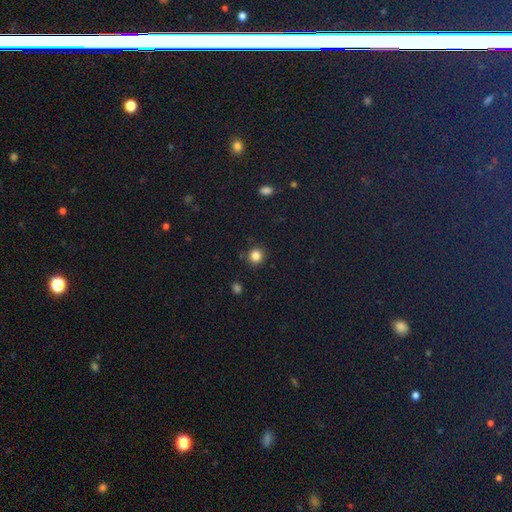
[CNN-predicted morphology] smooth-or-featured: smooth: 84% | star or artifact: 12% | featured or disk: 4%
  how-rounded: round: 92% | in between: 7% | cigar-shaped: 1%
  merging: none: 89% | minor disturbance: 7% | major disturbance: 2% | merger: 2%